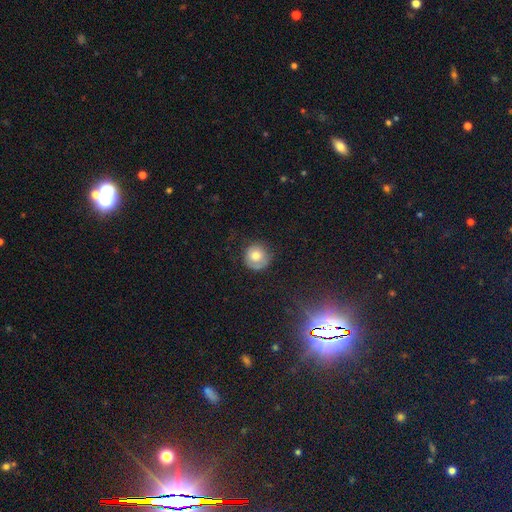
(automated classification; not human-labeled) Q: Smooth or featured?
A: smooth (69%); runner-up: featured or disk (21%)
Q: How rounded?
A: round (90%); runner-up: in between (9%)
Q: Merging?
A: none (66%); runner-up: minor disturbance (23%)